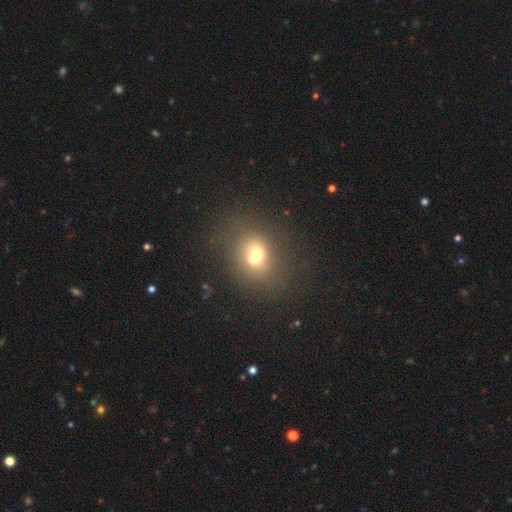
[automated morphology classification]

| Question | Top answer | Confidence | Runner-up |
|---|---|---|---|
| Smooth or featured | smooth | 59% | featured or disk (25%) |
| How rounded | round | 61% | in between (38%) |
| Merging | merger | 46% | none (38%) |